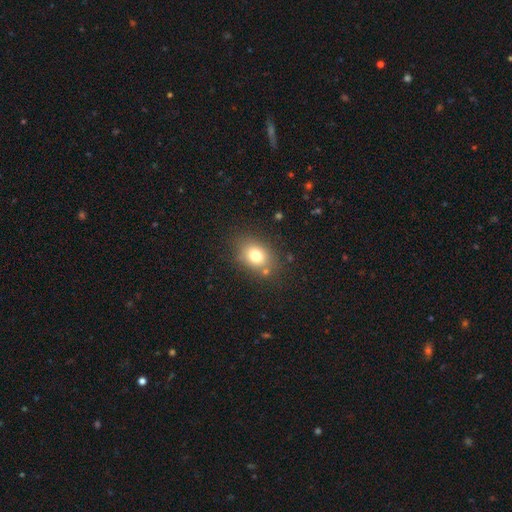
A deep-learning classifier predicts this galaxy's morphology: smooth 76%, star or artifact 12%, featured or disk 12%. Down the decision tree: how rounded — in between (57%); merging — none (77%).